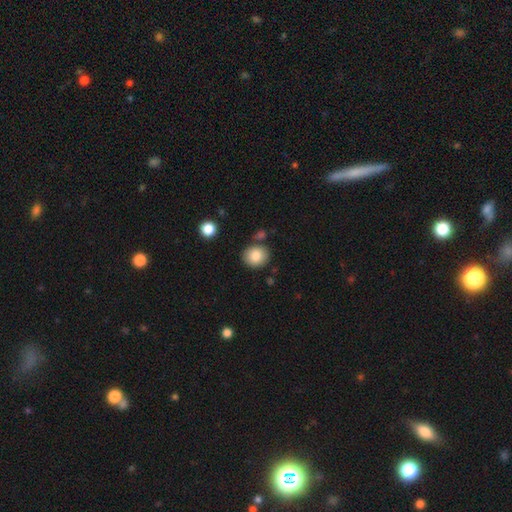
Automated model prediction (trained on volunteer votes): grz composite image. It shows a smooth galaxy with no disk features (84%) that is round (79%). Merging: none (81%).